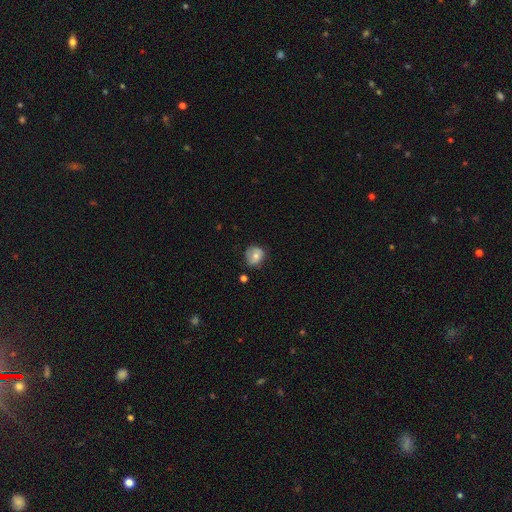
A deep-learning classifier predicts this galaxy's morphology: Smooth or featured: smooth — 69% (featured or disk — 23%)
How rounded: round — 69% (in between — 30%)
Merging: none — 58% (minor disturbance — 32%)